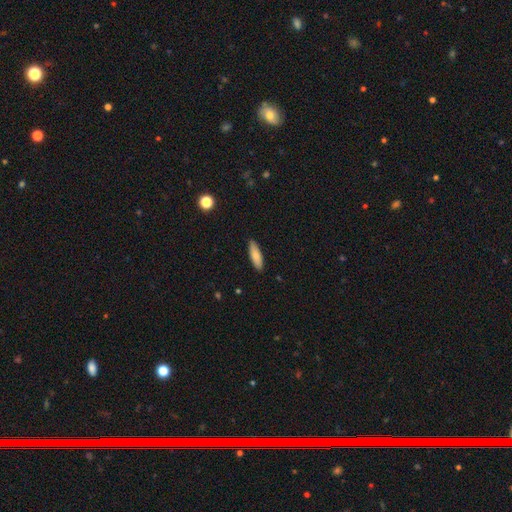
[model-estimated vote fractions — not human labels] Smooth or featured? Predicted: smooth (p=0.80). How rounded? Predicted: cigar-shaped (p=0.49, tied with in between). Merging? Predicted: none (p=0.88).